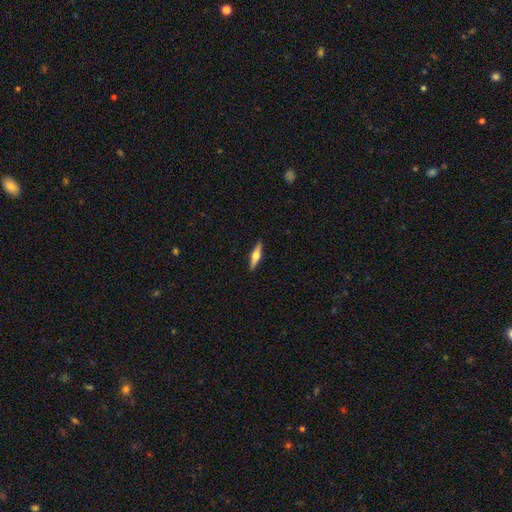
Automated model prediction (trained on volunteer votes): This appears to be a featured or disk galaxy (52%) viewed edge-on (95%). Merging: none (91%).